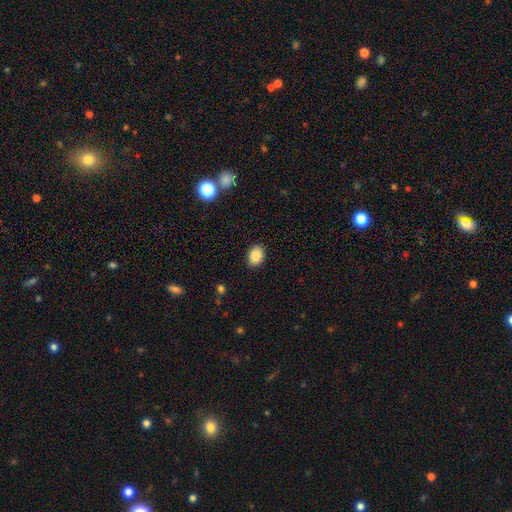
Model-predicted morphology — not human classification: Smooth or featured?
  - smooth: 88% *
  - star or artifact: 8%
  - featured or disk: 4%
How rounded?
  - in between: 75% *
  - round: 24%
  - cigar-shaped: 1%
Merging?
  - none: 88% *
  - minor disturbance: 9%
  - major disturbance: 2%
  - merger: 1%